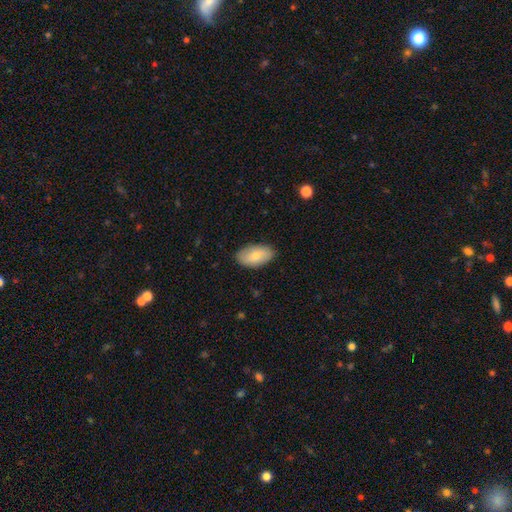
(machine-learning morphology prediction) Q: Smooth or featured?
A: smooth (77%); runner-up: featured or disk (17%)
Q: How rounded?
A: in between (94%); runner-up: round (4%)
Q: Merging?
A: none (86%); runner-up: minor disturbance (11%)